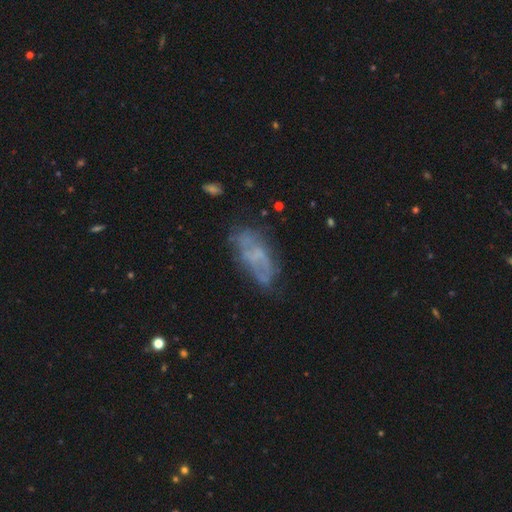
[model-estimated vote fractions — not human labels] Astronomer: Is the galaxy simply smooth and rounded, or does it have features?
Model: featured or disk — 56% (runner-up: smooth, 32%).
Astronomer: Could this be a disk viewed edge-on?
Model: no — 91%.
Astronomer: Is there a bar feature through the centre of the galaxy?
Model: no — 80%.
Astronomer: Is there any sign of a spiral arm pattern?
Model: no — 70%.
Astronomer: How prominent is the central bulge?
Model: none — 68%.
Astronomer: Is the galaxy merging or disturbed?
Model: none — 57%.